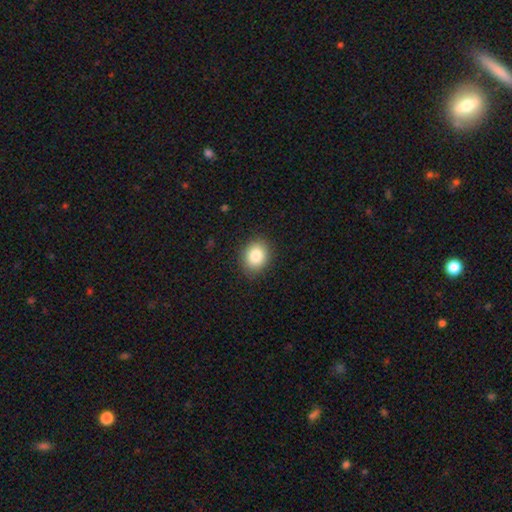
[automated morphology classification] Smooth or featured?
  - smooth: 83% *
  - star or artifact: 9%
  - featured or disk: 8%
How rounded?
  - round: 53% *
  - in between: 46%
  - cigar-shaped: 1%
Merging?
  - none: 87% *
  - minor disturbance: 9%
  - major disturbance: 2%
  - merger: 1%